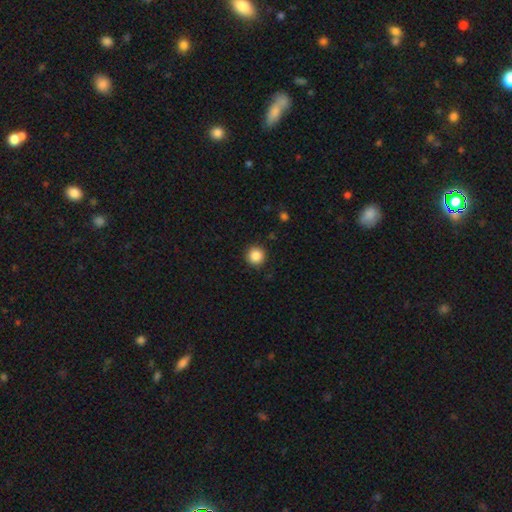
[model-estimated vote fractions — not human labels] Smooth or featured? Predicted: smooth (p=0.86). How rounded? Predicted: round (p=0.96). Merging? Predicted: none (p=0.92).